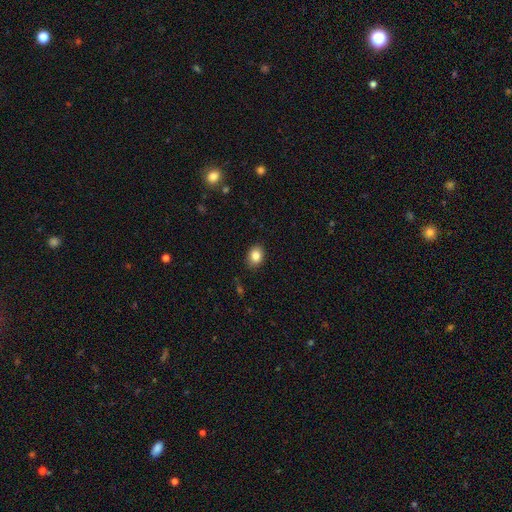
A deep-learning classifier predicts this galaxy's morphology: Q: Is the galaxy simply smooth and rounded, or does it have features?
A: smooth — 85%.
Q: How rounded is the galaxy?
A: in between — 62%.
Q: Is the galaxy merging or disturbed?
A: none — 88%.